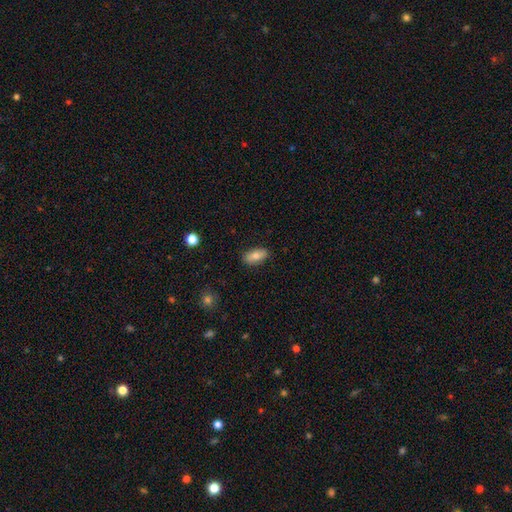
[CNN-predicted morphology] smooth-or-featured: smooth: 75% | featured or disk: 17% | star or artifact: 7%
  how-rounded: in between: 89% | cigar-shaped: 7% | round: 4%
  merging: none: 87% | minor disturbance: 10% | major disturbance: 2% | merger: 1%